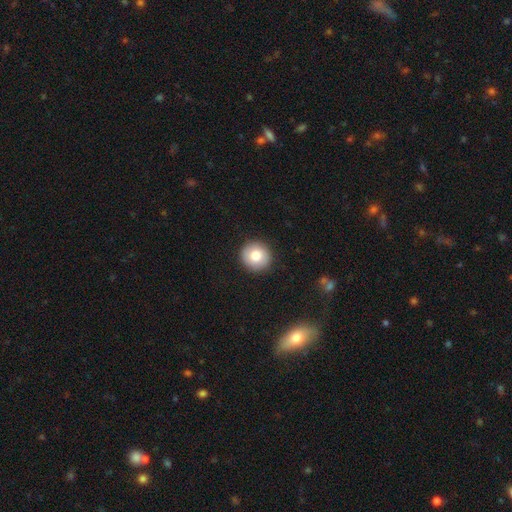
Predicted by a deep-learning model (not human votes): Smooth or featured? smooth (82%)
How rounded? round (93%)
Merging? none (91%)